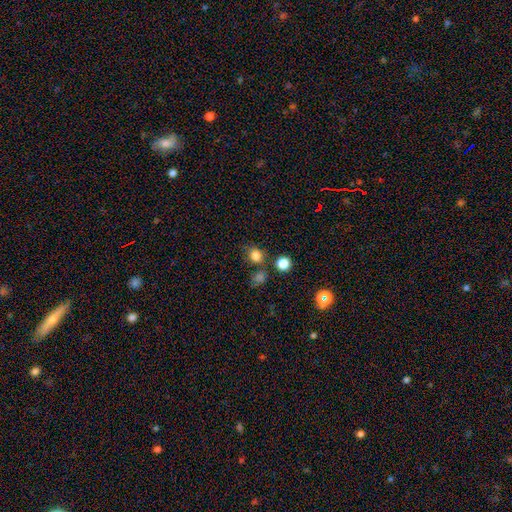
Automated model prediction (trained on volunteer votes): smooth 81%, star or artifact 14%, featured or disk 5%. Down the decision tree: how rounded — round (69%); merging — none (67%).